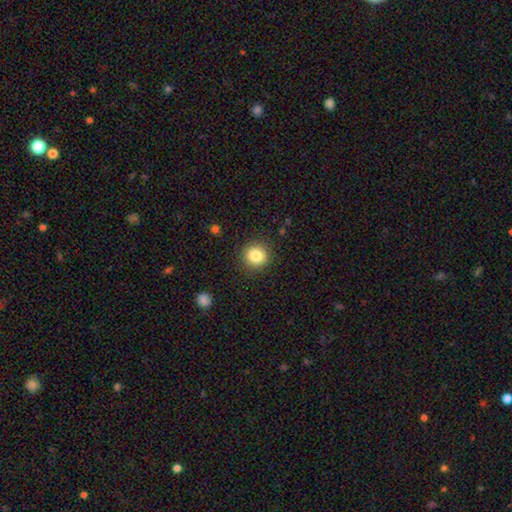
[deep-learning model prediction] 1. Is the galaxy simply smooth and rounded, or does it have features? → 84% smooth, 10% star or artifact, 5% featured or disk.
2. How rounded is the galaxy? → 91% round, 8% in between, 1% cigar-shaped.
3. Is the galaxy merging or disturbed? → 89% none, 8% minor disturbance, 3% major disturbance, 1% merger.